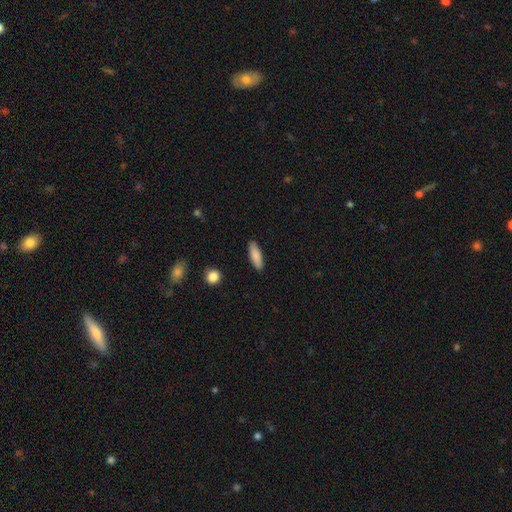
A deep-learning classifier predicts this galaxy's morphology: The model was most divided on "how rounded": in between: 52%, cigar-shaped: 46%, round: 2%. More confident: merging — none (88%); smooth or featured — smooth (85%).